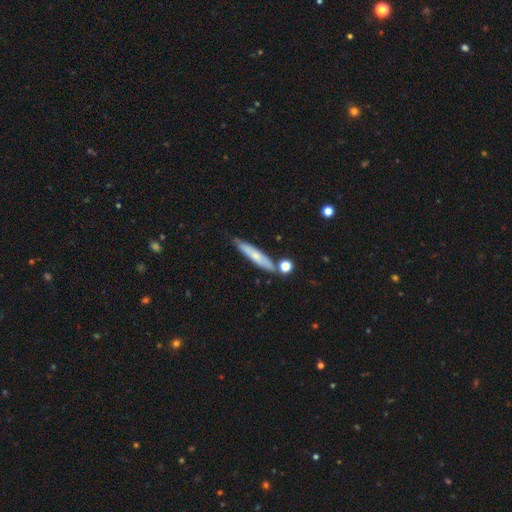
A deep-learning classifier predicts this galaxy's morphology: Smooth or featured? smooth (61%)
How rounded? cigar-shaped (87%)
Merging? none (71%)